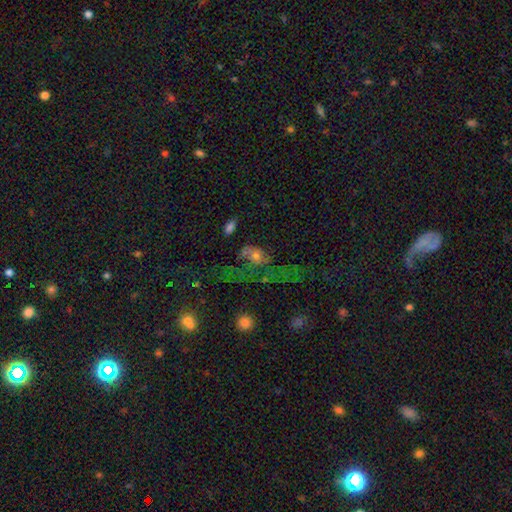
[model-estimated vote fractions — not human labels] Overall: smooth (44%; featured or disk 29%). Merging: none (37%; major disturbance 31%).